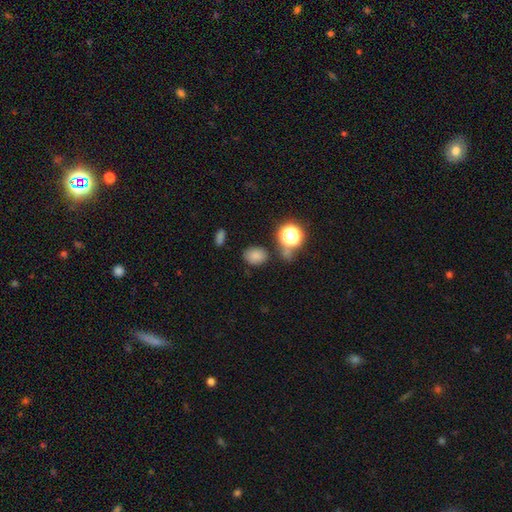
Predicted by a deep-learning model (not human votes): Smooth or featured? smooth (78%)
How rounded? in between (58%)
Merging? none (75%)